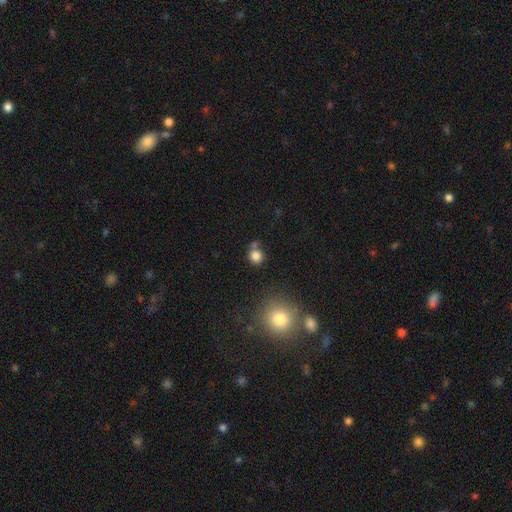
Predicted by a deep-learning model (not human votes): Smooth or featured? Predicted: smooth (p=0.82). How rounded? Predicted: round (p=0.87). Merging? Predicted: none (p=0.64).